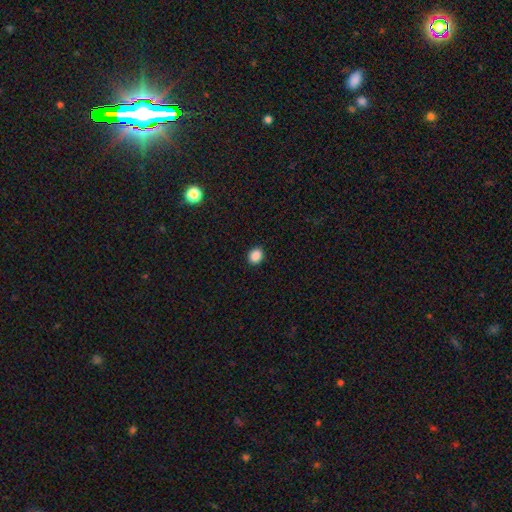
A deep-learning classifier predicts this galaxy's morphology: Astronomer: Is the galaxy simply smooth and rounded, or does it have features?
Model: smooth — 88%.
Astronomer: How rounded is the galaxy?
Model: round — 68%.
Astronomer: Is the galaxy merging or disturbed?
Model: none — 91%.